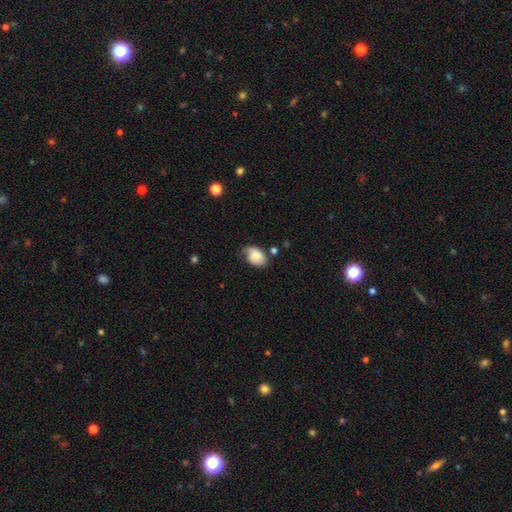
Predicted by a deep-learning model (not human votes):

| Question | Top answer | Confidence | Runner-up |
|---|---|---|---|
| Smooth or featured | smooth | 76% | featured or disk (16%) |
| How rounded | in between | 83% | round (16%) |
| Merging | none | 45% | minor disturbance (38%) |